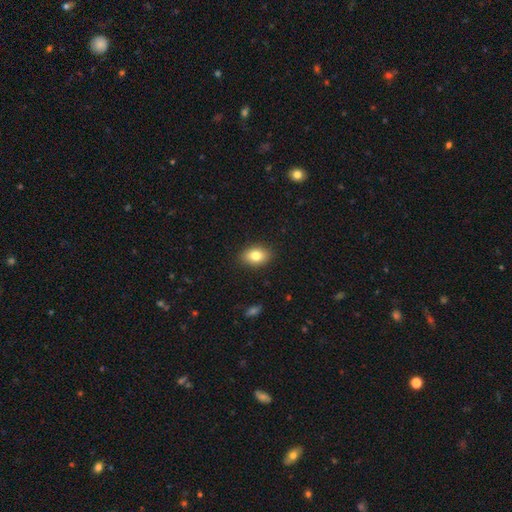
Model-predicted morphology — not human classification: Smooth or featured? Predicted: smooth (p=0.80). How rounded? Predicted: in between (p=0.79). Merging? Predicted: none (p=0.88).